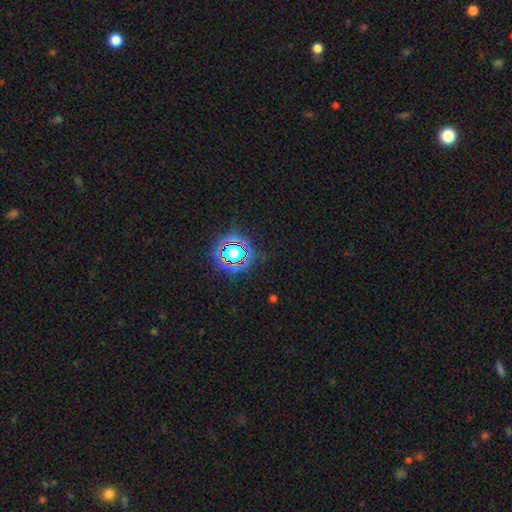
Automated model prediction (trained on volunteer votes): A star or artifact, not a galaxy (79%).

Vote fractions:
- Smooth or featured? star or artifact: 79% / smooth: 13% / featured or disk: 8%